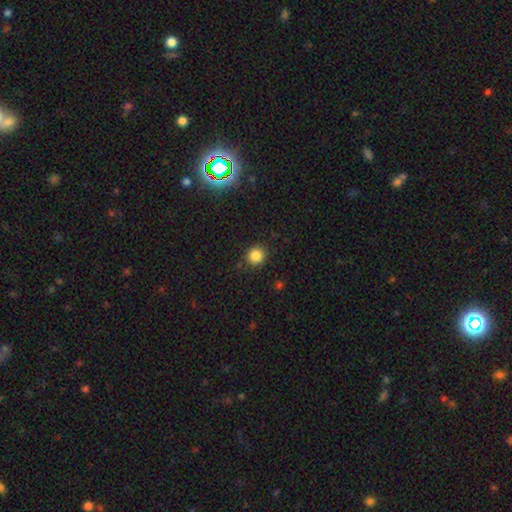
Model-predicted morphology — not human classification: Overall: smooth (84%). How rounded: round (88%). Merging: none (88%).